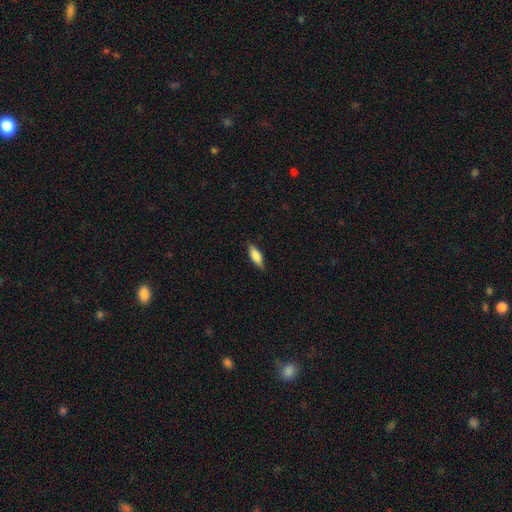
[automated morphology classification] Overall: smooth (71%). How rounded: in between (60%; cigar-shaped 38%). Merging: none (82%).